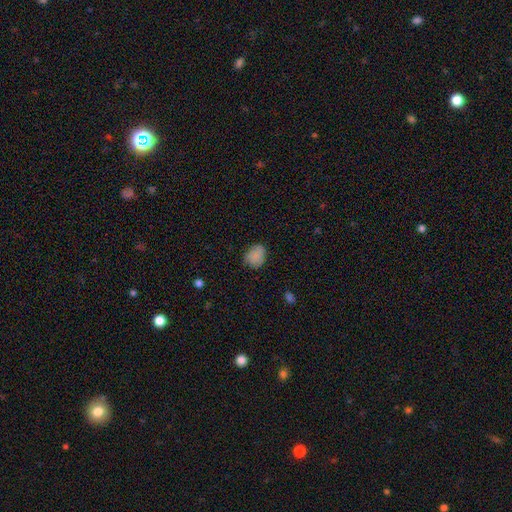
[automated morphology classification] A smooth galaxy with no disk features (83%) that is in between round and cigar-shaped (50%). Merging: none (68%).